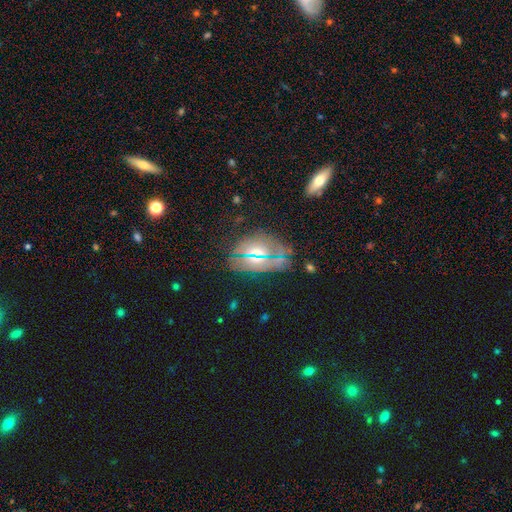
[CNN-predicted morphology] smooth 55%, star or artifact 26%, featured or disk 19%. Down the decision tree: how rounded — in between (74%); merging — none (78%).